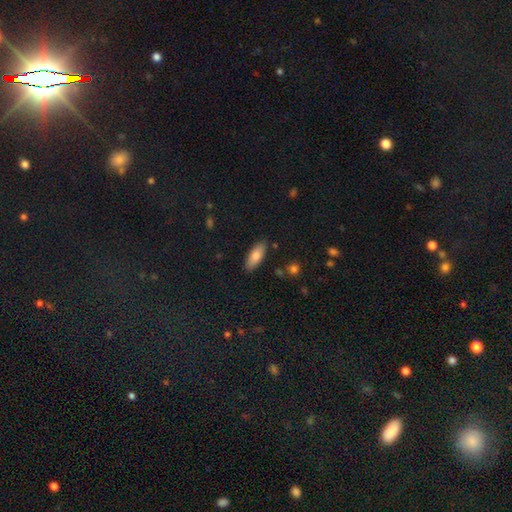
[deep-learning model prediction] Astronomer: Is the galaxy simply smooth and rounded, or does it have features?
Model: smooth — 79%.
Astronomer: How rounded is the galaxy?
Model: in between — 78%.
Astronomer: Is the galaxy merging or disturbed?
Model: none — 86%.